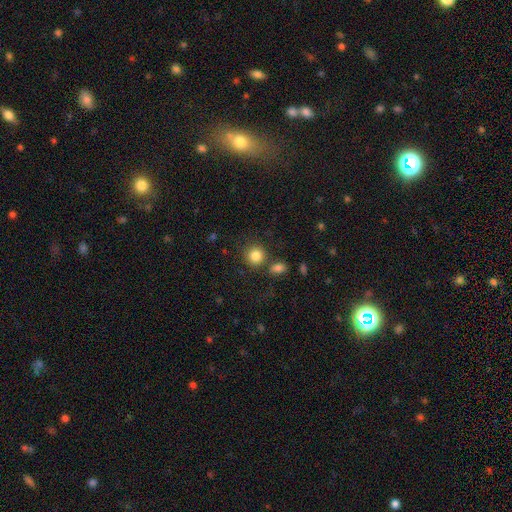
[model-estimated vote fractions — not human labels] smooth_or_featured: smooth (p=0.85) [alt: star or artifact p=0.10]
how_rounded: round (p=0.89) [alt: in between p=0.10]
merging: none (p=0.75) [alt: merger p=0.13]